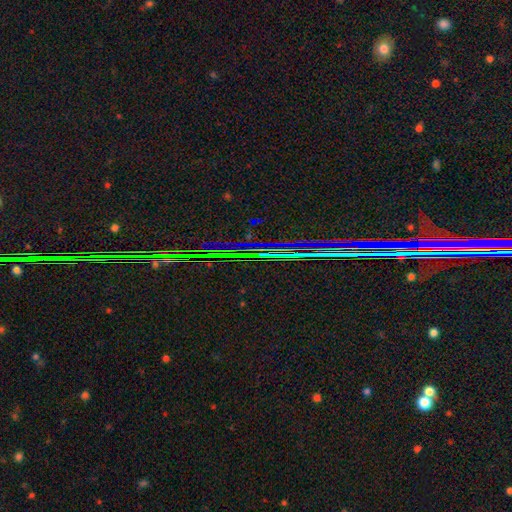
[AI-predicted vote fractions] Smooth or featured?
  - star or artifact: 83% *
  - featured or disk: 9%
  - smooth: 8%